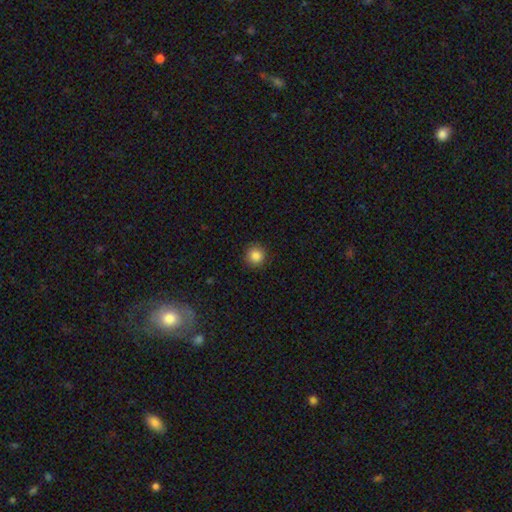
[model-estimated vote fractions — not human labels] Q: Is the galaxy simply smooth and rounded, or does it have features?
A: smooth — 85%.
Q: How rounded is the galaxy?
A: round — 94%.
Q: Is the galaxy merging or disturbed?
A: none — 91%.